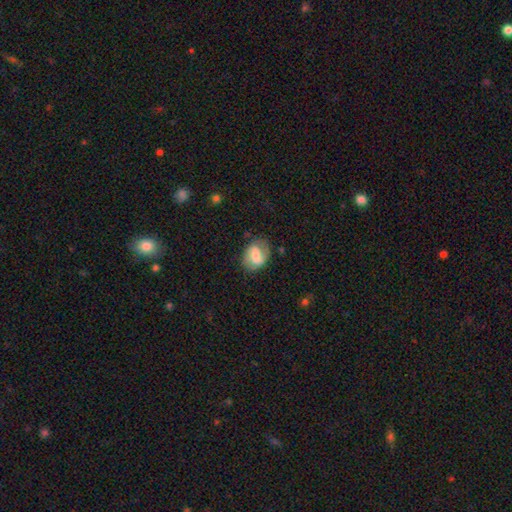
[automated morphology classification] This is possibly a featured or disk galaxy (56%). It is clearly not viewed edge-on (97%). Bar: possibly weak (47%). Spiral arm pattern: clearly yes (81%). Central bulge: marginally moderate (42%). Merging: likely none (69%).